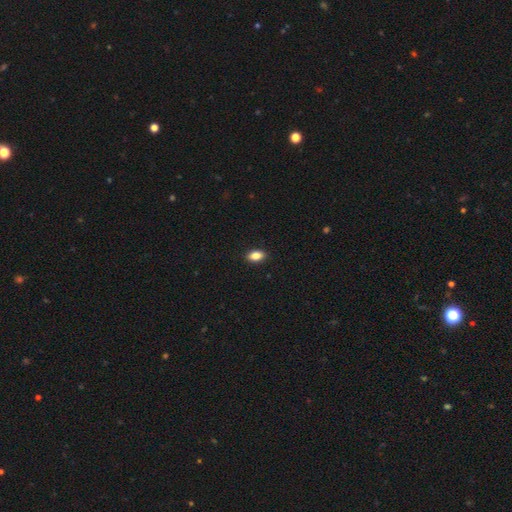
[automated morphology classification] This is clearly a smooth galaxy (85%). How rounded: clearly in between (88%). Merging: clearly none (90%).